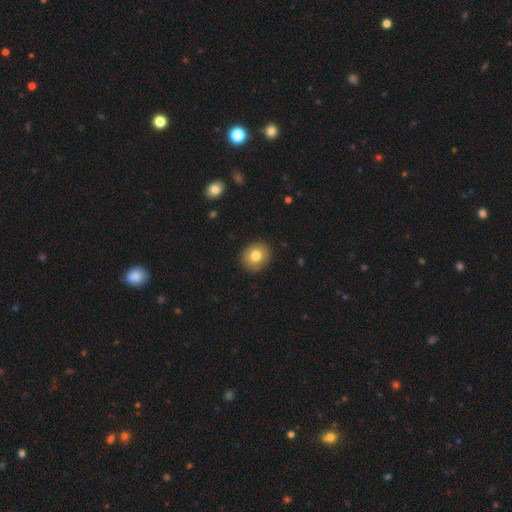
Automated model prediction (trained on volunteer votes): Smooth or featured? Predicted: smooth (p=0.80). How rounded? Predicted: round (p=0.76). Merging? Predicted: none (p=0.89).